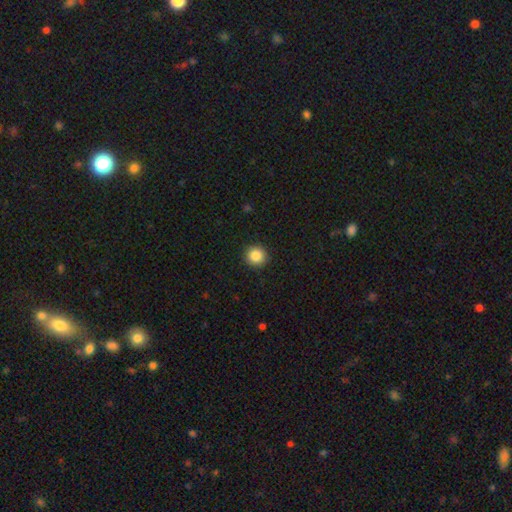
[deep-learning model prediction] This appears to be a smooth galaxy with no disk features (87%) that is round (94%). Merging: none (92%).